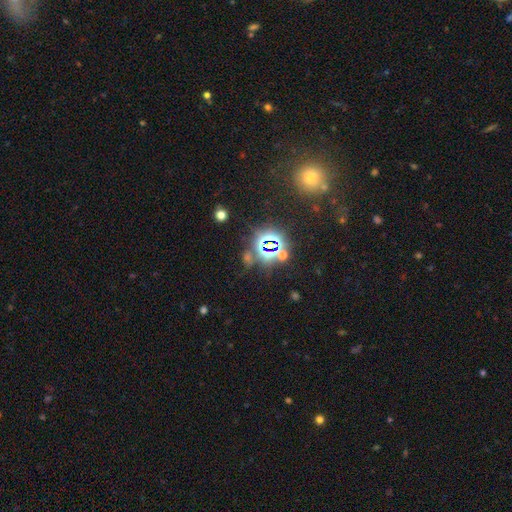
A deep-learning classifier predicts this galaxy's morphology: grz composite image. It shows a star or artifact, not a galaxy (79%).